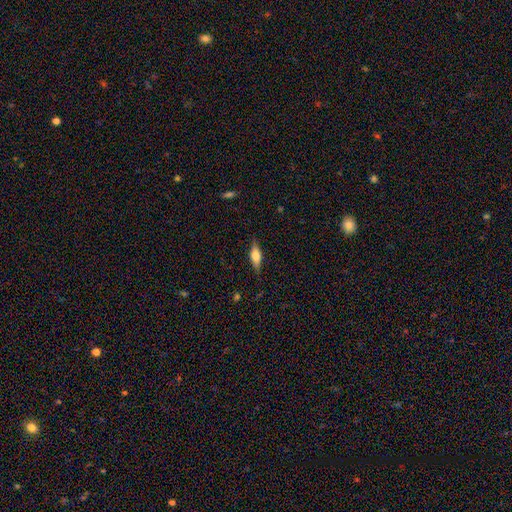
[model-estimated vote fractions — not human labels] Smooth or featured: smooth — 54% (featured or disk — 39%)
How rounded: in between — 54% (cigar-shaped — 43%)
Merging: none — 83% (minor disturbance — 13%)